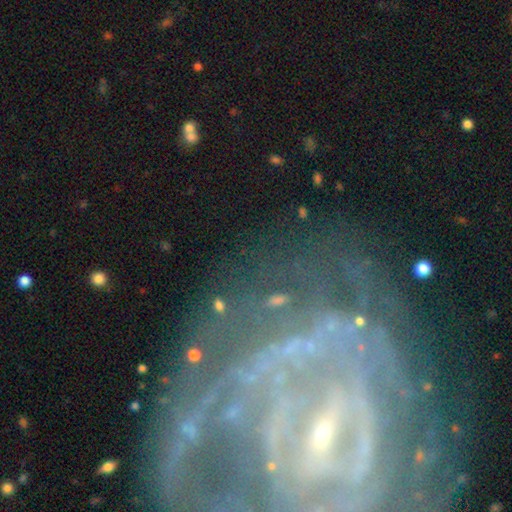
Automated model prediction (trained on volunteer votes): This is clearly a featured or disk galaxy (80%). It is clearly not viewed edge-on (95%). Bar: possibly strong (46%). Spiral arm pattern: likely yes (77%). Spiral arm count: marginally can't tell (40%). Spiral winding: possibly tight (58%). Central bulge: likely small (73%). Merging: possibly none (59%).